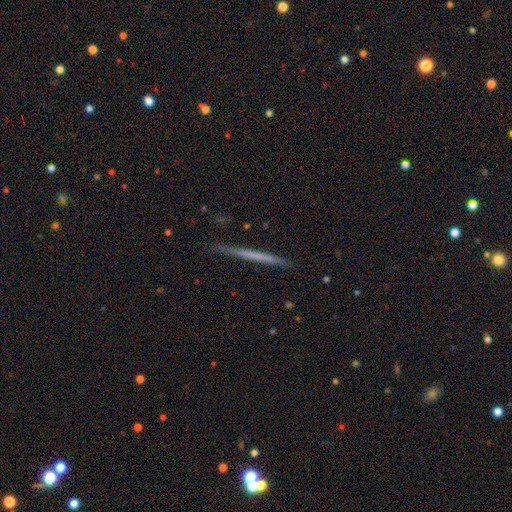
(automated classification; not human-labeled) Smooth or featured? featured or disk (49%)
Merging? none (90%)